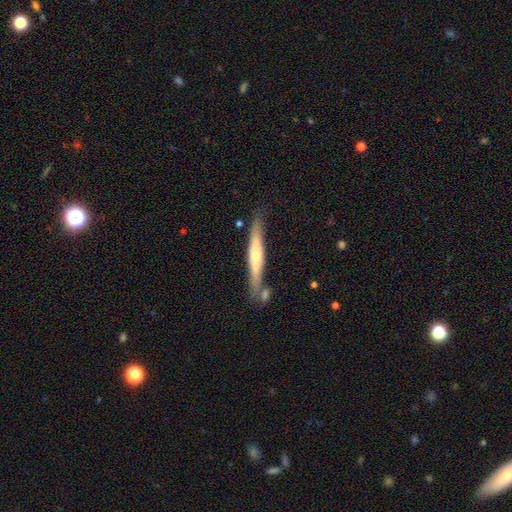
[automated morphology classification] Smooth or featured?
  - featured or disk: 56% *
  - smooth: 38%
  - star or artifact: 6%
Edge-on disk?
  - yes: 92% *
  - no: 8%
Edge-on bulge?
  - rounded: 77% *
  - none: 17%
  - boxy: 6%
Merging?
  - none: 76% *
  - minor disturbance: 13%
  - merger: 8%
  - major disturbance: 3%